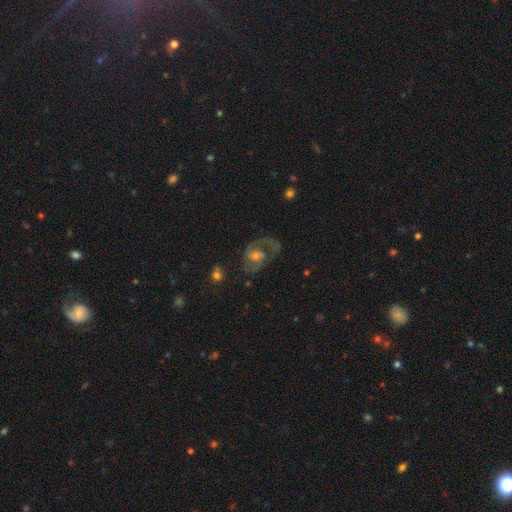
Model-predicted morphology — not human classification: The model was most divided on "bar": no: 51%, weak: 40%, strong: 9%. Remaining: edge-on disk — no (97%); spiral arms — yes (82%); smooth or featured — featured or disk (72%); spiral arm count — 2 (55%); bulge size — moderate (52%); merging — none (51%); spiral winding — medium (50%).